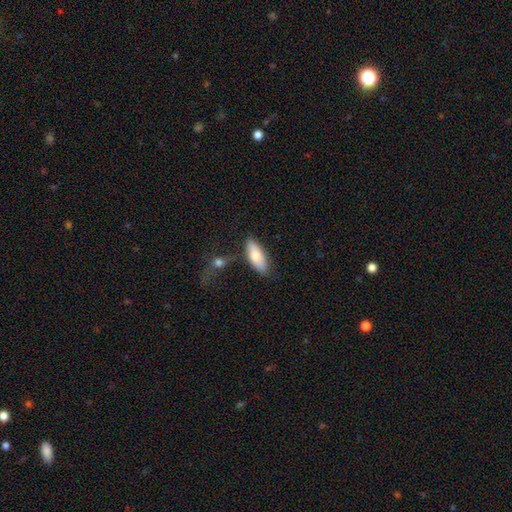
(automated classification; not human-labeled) Smooth or featured: smooth — 76% (featured or disk — 18%)
How rounded: in between — 78% (cigar-shaped — 19%)
Merging: none — 74% (minor disturbance — 14%)